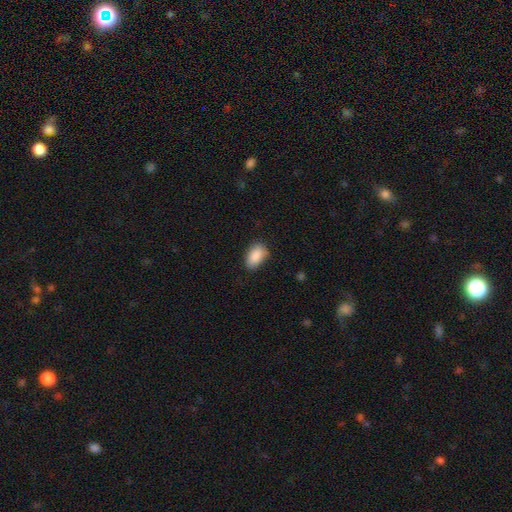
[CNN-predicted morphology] Smooth or featured: smooth — 89% (star or artifact — 7%)
How rounded: in between — 92% (round — 7%)
Merging: none — 78% (minor disturbance — 17%)